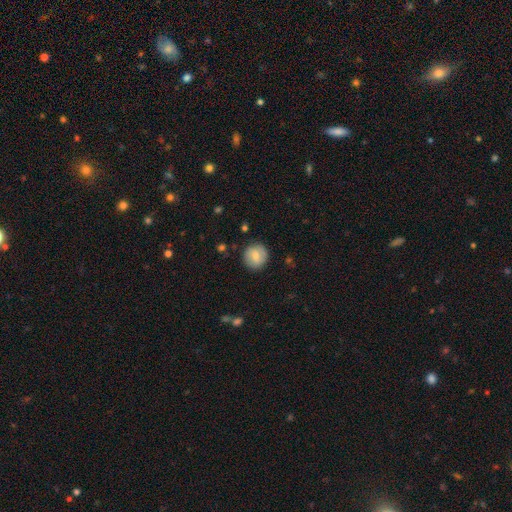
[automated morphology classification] This is likely a smooth galaxy (73%). How rounded: clearly round (90%). Merging: clearly none (86%).